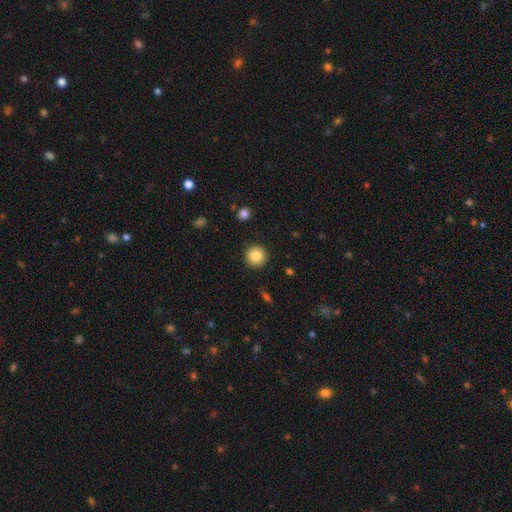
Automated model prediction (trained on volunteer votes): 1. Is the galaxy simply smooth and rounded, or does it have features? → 85% smooth, 9% star or artifact, 6% featured or disk.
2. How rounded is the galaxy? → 95% round, 4% in between, 1% cigar-shaped.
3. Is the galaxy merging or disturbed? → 92% none, 5% minor disturbance, 2% major disturbance, 1% merger.